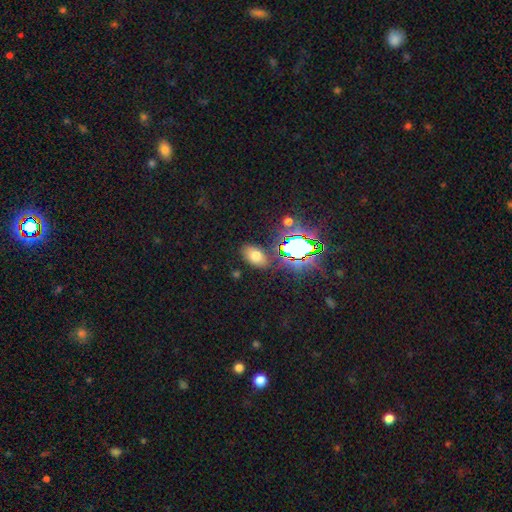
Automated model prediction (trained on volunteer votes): smooth_or_featured: smooth (p=0.65) [alt: star or artifact p=0.23]
how_rounded: in between (p=0.89) [alt: round p=0.09]
merging: none (p=0.80) [alt: minor disturbance p=0.12]